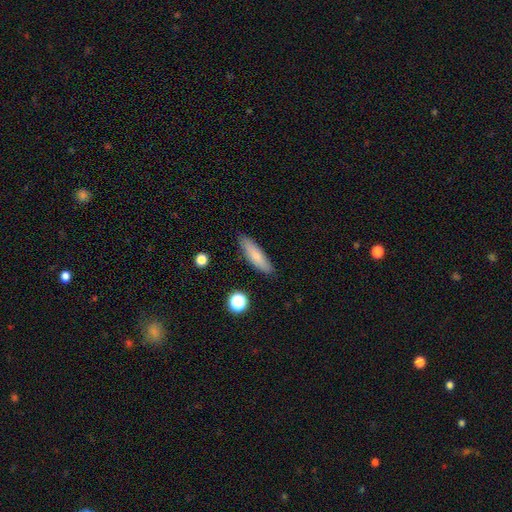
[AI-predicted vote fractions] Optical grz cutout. It shows a smooth galaxy with no disk features (80%) that is cigar-shaped (64%). Merging: none (86%).